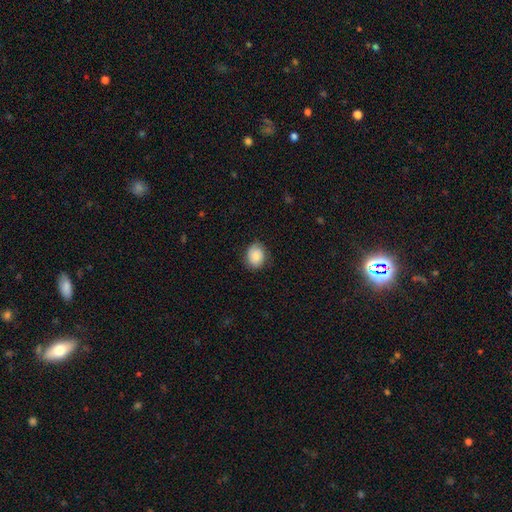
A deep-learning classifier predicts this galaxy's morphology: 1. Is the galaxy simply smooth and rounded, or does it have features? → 84% smooth, 9% featured or disk, 7% star or artifact.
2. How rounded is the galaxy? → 53% round, 46% in between, 1% cigar-shaped.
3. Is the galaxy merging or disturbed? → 81% none, 15% minor disturbance, 3% major disturbance, 1% merger.